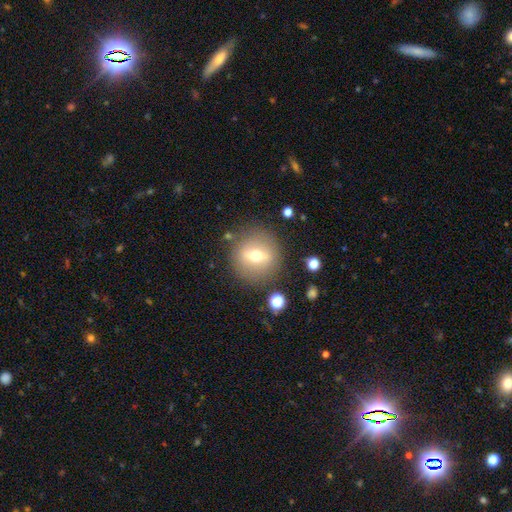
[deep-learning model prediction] A smooth galaxy with no disk features (45%).

Vote fractions:
- Smooth or featured? smooth: 45% / featured or disk: 44% / star or artifact: 11%
- Merging? none: 83% / minor disturbance: 9% / major disturbance: 5% / merger: 3%